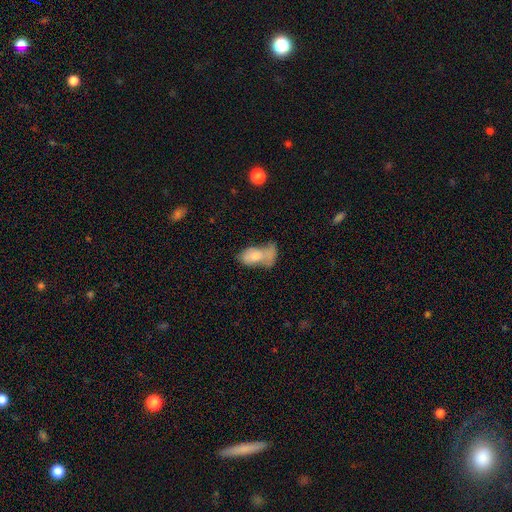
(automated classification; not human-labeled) Smooth or featured? Predicted: smooth (p=0.70). How rounded? Predicted: in between (p=0.90). Merging? Predicted: merger (p=0.48).